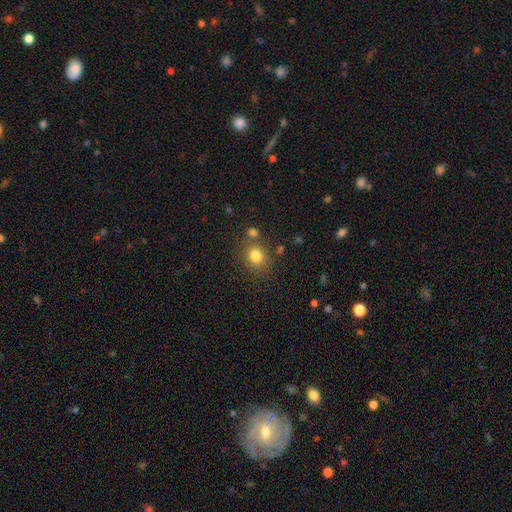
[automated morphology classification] smooth-or-featured: smooth: 81% | star or artifact: 12% | featured or disk: 7%
  how-rounded: round: 71% | in between: 28% | cigar-shaped: 1%
  merging: none: 74% | merger: 11% | minor disturbance: 11% | major disturbance: 4%